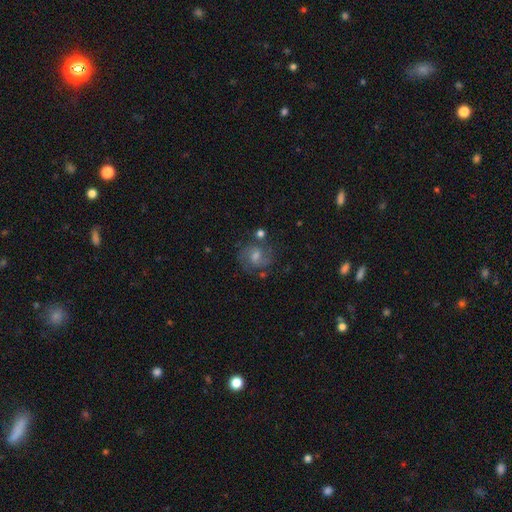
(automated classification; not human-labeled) smooth_or_featured: featured or disk (p=0.62) [alt: smooth p=0.27]
disk_edge_on: no (p=0.97) [alt: yes p=0.03]
bar: weak (p=0.51) [alt: no p=0.40]
has_spiral_arms: yes (p=0.88) [alt: no p=0.12]
spiral_winding: medium (p=0.51) [alt: tight p=0.31]
spiral_arm_count: 2 (p=0.67) [alt: can't tell p=0.17]
bulge_size: moderate (p=0.52) [alt: small p=0.33]
merging: none (p=0.67) [alt: minor disturbance p=0.18]